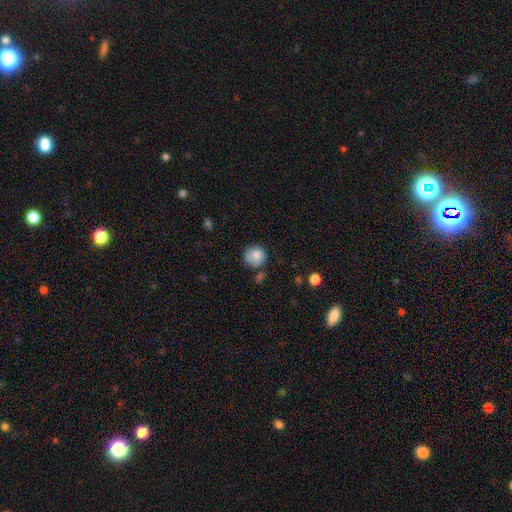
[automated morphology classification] Smooth or featured? smooth (82%)
How rounded? round (89%)
Merging? none (66%)